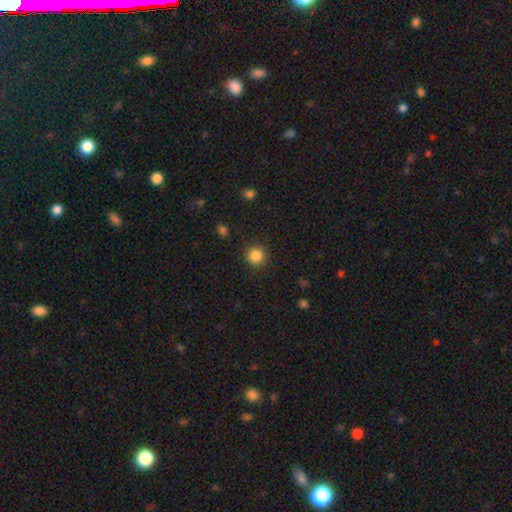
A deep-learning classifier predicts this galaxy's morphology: The model was most divided on "smooth or featured": smooth: 86%, star or artifact: 11%, featured or disk: 3%. More confident: how rounded — round (95%); merging — none (91%).